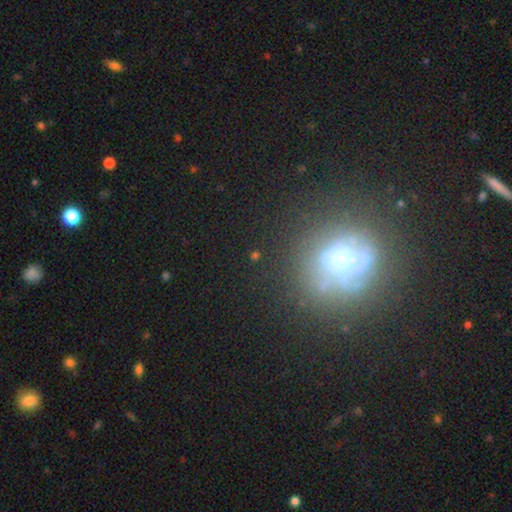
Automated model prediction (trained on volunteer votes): Morphology: type=star or artifact (40%).